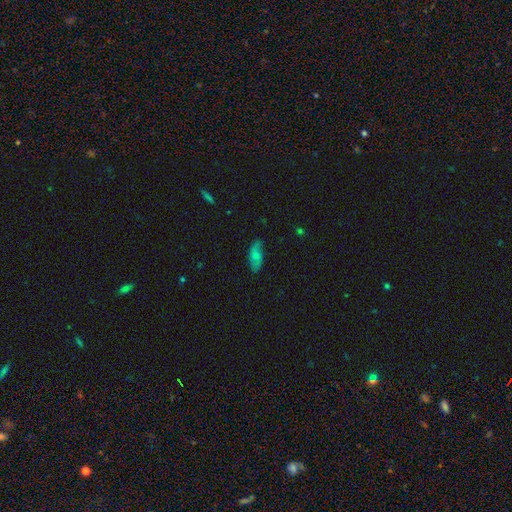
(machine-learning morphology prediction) A smooth galaxy with no disk features (68%) that is in between round and cigar-shaped (83%).

Vote fractions:
- Smooth or featured? smooth: 68% / featured or disk: 24% / star or artifact: 8%
- How rounded? in between: 83% / cigar-shaped: 14% / round: 3%
- Merging? none: 73% / minor disturbance: 21% / major disturbance: 5% / merger: 2%